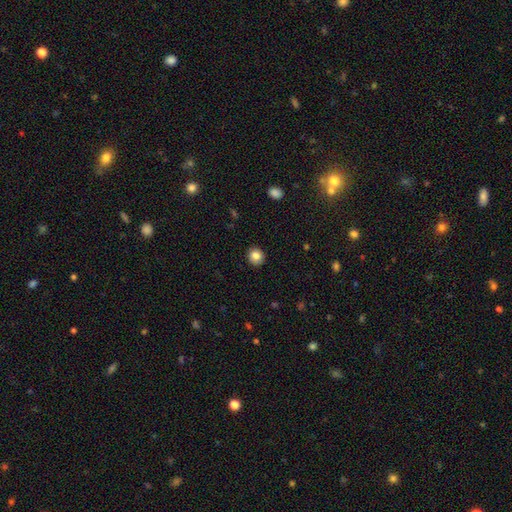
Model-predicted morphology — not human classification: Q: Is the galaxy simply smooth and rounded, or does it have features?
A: smooth — 84%.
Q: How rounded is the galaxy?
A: round — 86%.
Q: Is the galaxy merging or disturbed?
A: none — 91%.